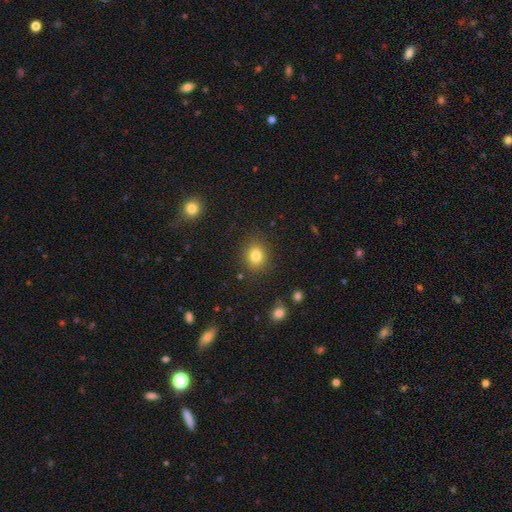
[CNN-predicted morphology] Smooth or featured? Predicted: smooth (p=0.81). How rounded? Predicted: round (p=0.72). Merging? Predicted: none (p=0.86).